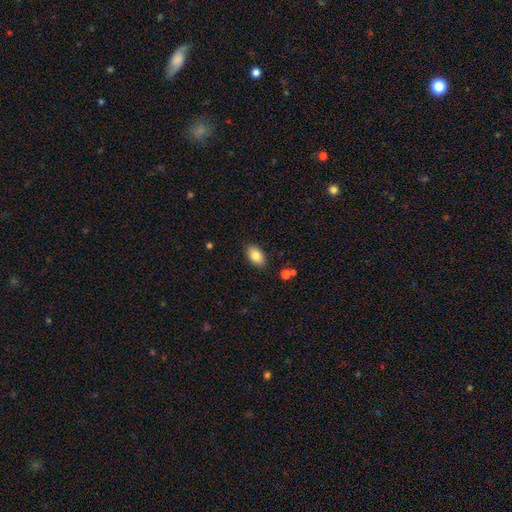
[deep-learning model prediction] The model was most divided on "merging": none: 86%, minor disturbance: 10%, major disturbance: 2%, merger: 2%. More confident: how rounded — in between (91%); smooth or featured — smooth (84%).